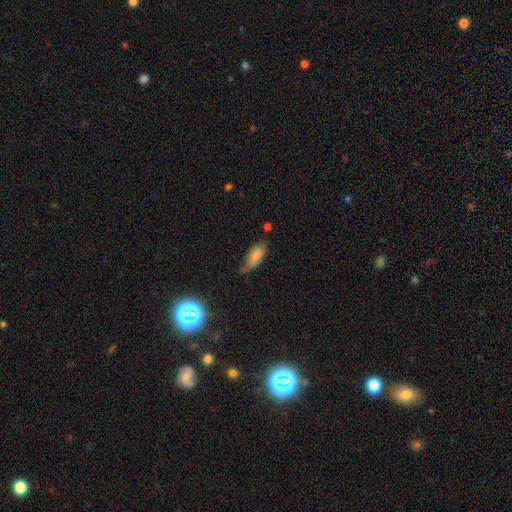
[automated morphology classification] type=smooth (79%); roundness=in between (80%); merging=none (50%).